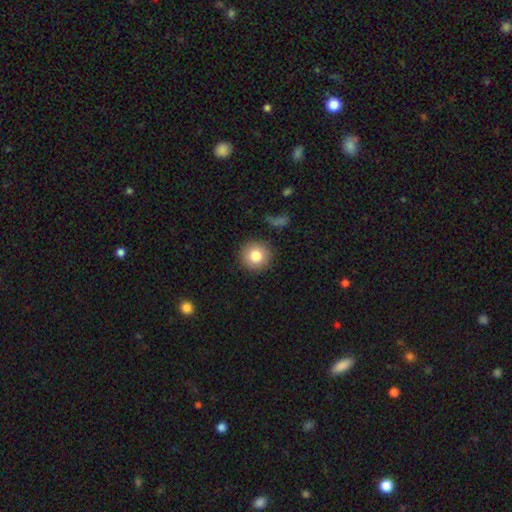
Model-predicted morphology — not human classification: The model was most divided on "smooth or featured": smooth: 83%, star or artifact: 9%, featured or disk: 8%. More confident: how rounded — round (94%); merging — none (89%).